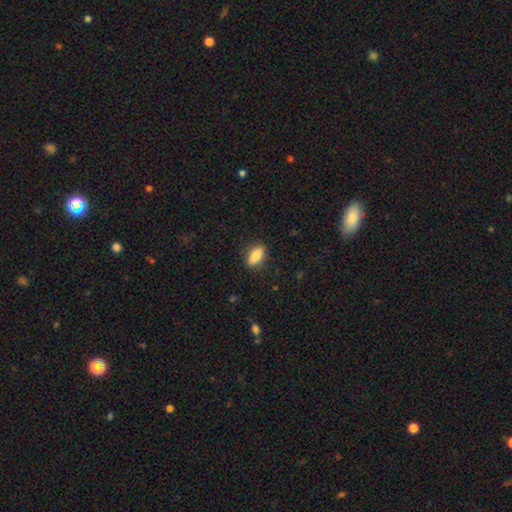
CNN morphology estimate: The model was most divided on "how rounded": in between: 80%, cigar-shaped: 15%, round: 5%. More confident: smooth or featured — smooth (86%); merging — none (85%).